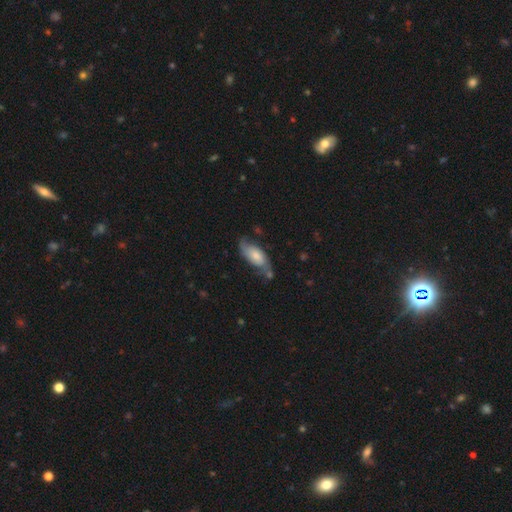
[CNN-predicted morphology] This is possibly a featured or disk galaxy (49%). Merging: possibly none (54%).